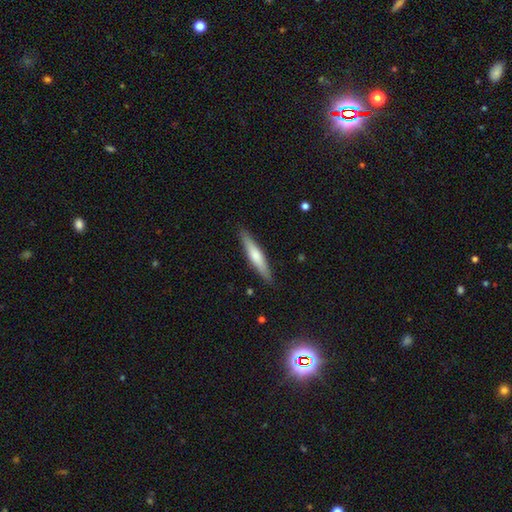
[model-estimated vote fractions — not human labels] The model was most divided on "smooth or featured": smooth: 56%, featured or disk: 39%, star or artifact: 5%. More confident: how rounded — cigar-shaped (90%); merging — none (90%).